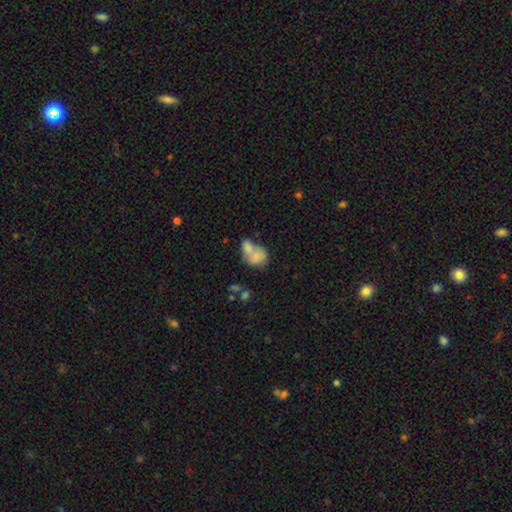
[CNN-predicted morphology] This is likely a smooth galaxy (69%). How rounded: likely in between (60%). Merging: likely merger (68%).